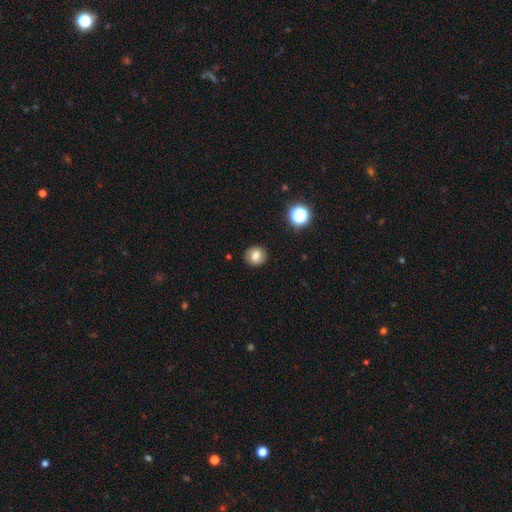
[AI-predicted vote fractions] Q: Smooth or featured?
A: smooth (75%); runner-up: featured or disk (13%)
Q: How rounded?
A: round (87%); runner-up: in between (12%)
Q: Merging?
A: none (88%); runner-up: minor disturbance (8%)